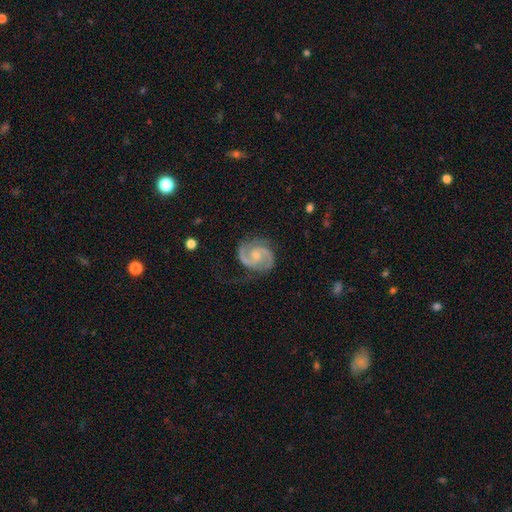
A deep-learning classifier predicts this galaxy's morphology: Q: Smooth or featured?
A: featured or disk (92%); runner-up: smooth (4%)
Q: Edge-on disk?
A: no (98%); runner-up: yes (2%)
Q: Bar?
A: no (56%); runner-up: weak (37%)
Q: Spiral arms?
A: yes (98%); runner-up: no (2%)
Q: Spiral winding?
A: medium (56%); runner-up: tight (32%)
Q: Spiral arm count?
A: 2 (93%); runner-up: can't tell (2%)
Q: Bulge size?
A: small (54%); runner-up: moderate (38%)
Q: Merging?
A: none (75%); runner-up: minor disturbance (17%)